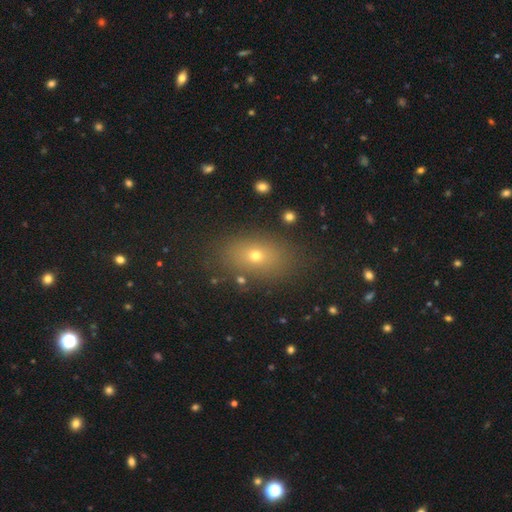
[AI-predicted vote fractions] Overall: smooth (66%). How rounded: in between (76%). Merging: none (83%).